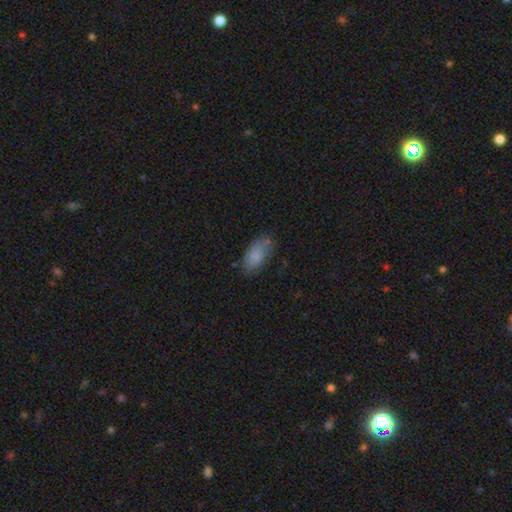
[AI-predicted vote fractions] A smooth galaxy with no disk features (83%) that is in between round and cigar-shaped (92%). Merging: none (67%).